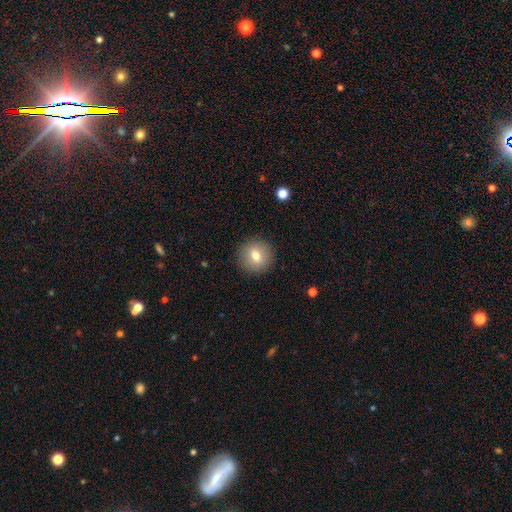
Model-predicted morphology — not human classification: Q: Smooth or featured?
A: smooth (75%); runner-up: featured or disk (16%)
Q: How rounded?
A: round (92%); runner-up: in between (7%)
Q: Merging?
A: none (90%); runner-up: minor disturbance (6%)